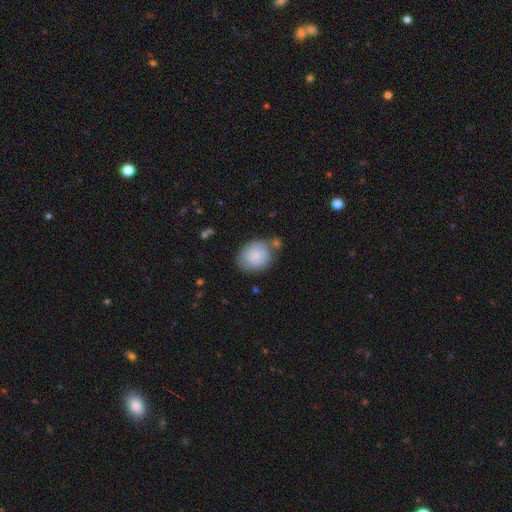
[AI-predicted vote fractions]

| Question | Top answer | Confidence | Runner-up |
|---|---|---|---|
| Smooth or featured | smooth | 81% | featured or disk (13%) |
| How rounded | round | 53% | in between (46%) |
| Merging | none | 61% | minor disturbance (21%) |